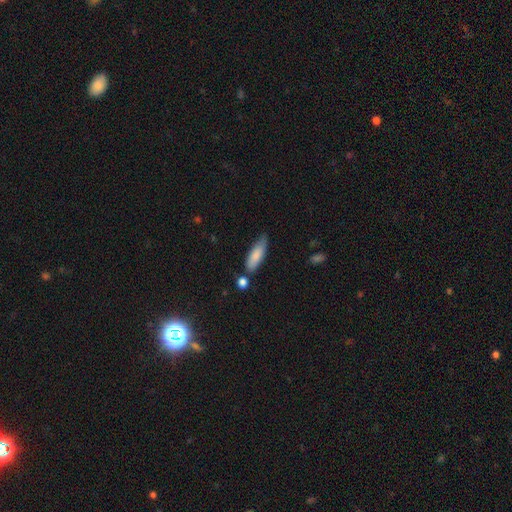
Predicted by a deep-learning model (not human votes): Smooth or featured: smooth — 82% (featured or disk — 12%)
How rounded: in between — 55% (cigar-shaped — 43%)
Merging: none — 61% (minor disturbance — 26%)